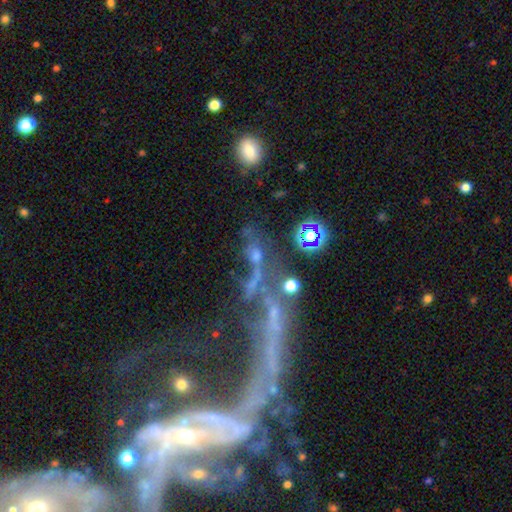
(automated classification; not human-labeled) Q: Smooth or featured?
A: star or artifact (44%); runner-up: featured or disk (31%)